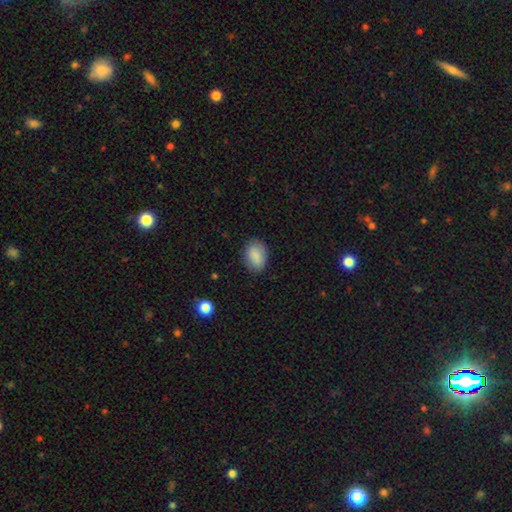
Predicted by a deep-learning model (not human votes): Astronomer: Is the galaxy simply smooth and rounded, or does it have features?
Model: smooth — 88%.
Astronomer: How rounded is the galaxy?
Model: in between — 75%.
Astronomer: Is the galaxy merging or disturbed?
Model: none — 81%.